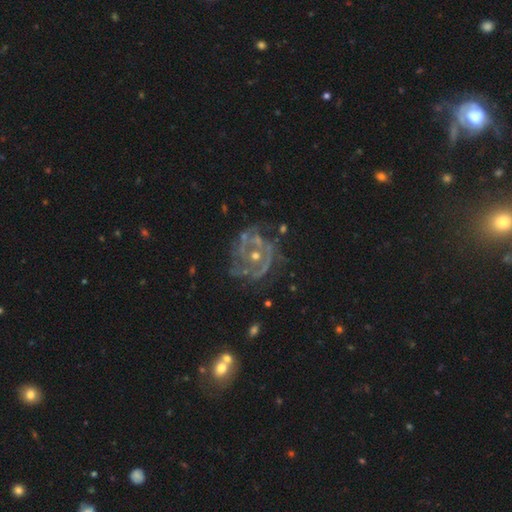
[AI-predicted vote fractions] The model was most divided on "spiral arm count": 2: 30%, can't tell: 28%, 3: 22%, 4: 8%, 1: 6%, more than 4: 6%. More confident: edge-on disk — no (98%); spiral arms — yes (88%); smooth or featured — featured or disk (85%); bar — no (72%); merging — none (63%); spiral winding — tight (53%); bulge size — small (52%).